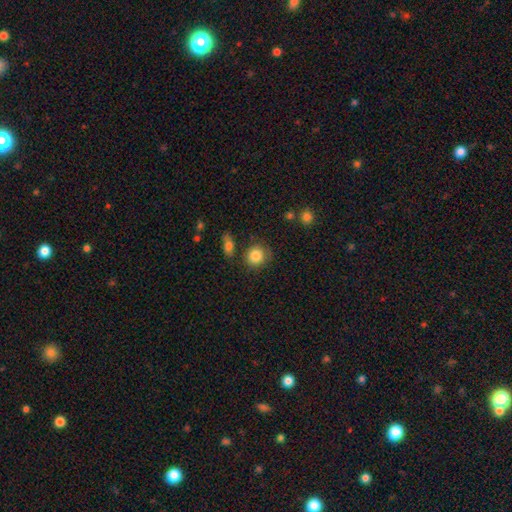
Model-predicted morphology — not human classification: smooth-or-featured: smooth: 85% | star or artifact: 9% | featured or disk: 7%
  how-rounded: round: 86% | in between: 13% | cigar-shaped: 1%
  merging: none: 77% | minor disturbance: 14% | merger: 5% | major disturbance: 4%